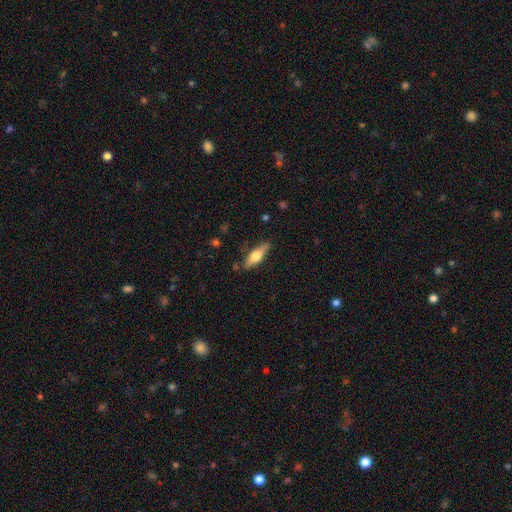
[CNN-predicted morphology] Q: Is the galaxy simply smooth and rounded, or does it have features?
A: smooth — 52%.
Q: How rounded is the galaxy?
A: cigar-shaped — 51%.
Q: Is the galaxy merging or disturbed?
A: none — 83%.